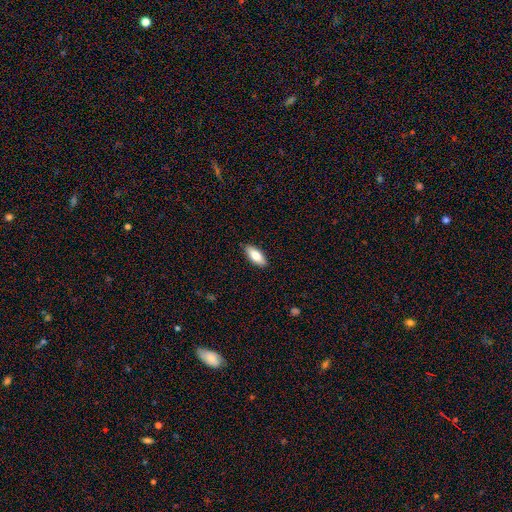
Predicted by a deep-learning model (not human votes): A smooth galaxy with no disk features (78%) that is in between round and cigar-shaped (82%). Merging: none (88%).